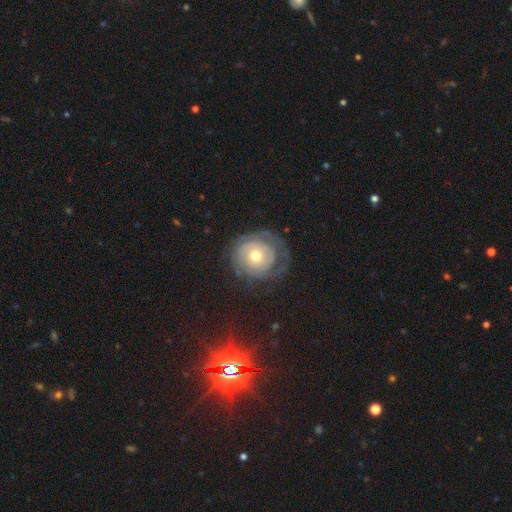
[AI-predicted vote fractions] Morphology: type=featured or disk (66%); edge-on=no (96%); bar=no (84%); spiral arms=yes (71%); bulge=moderate (62%); merging=none (60%).